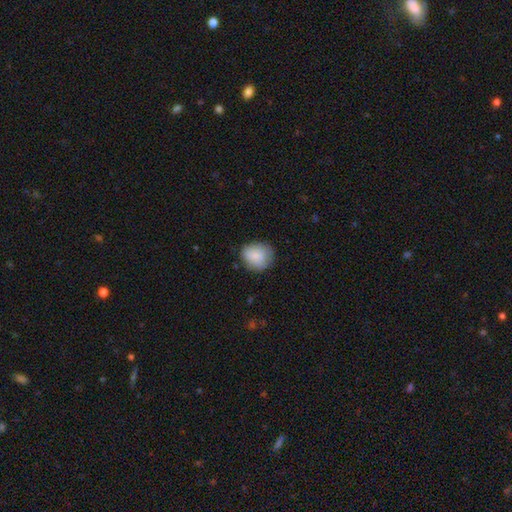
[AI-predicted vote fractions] A smooth galaxy with no disk features (83%) that is round (69%).

Vote fractions:
- Smooth or featured? smooth: 83% / featured or disk: 10% / star or artifact: 7%
- How rounded? round: 69% / in between: 30% / cigar-shaped: 1%
- Merging? none: 73% / minor disturbance: 20% / major disturbance: 5% / merger: 2%